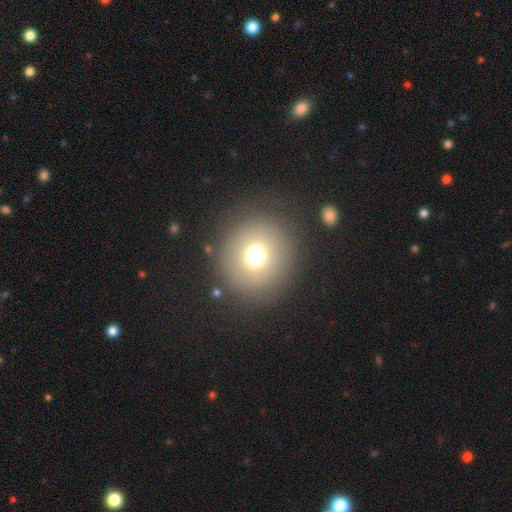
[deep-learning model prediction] Smooth or featured?
  - smooth: 71% *
  - star or artifact: 15%
  - featured or disk: 14%
How rounded?
  - round: 89% *
  - in between: 10%
  - cigar-shaped: 1%
Merging?
  - none: 84% *
  - minor disturbance: 8%
  - major disturbance: 5%
  - merger: 2%